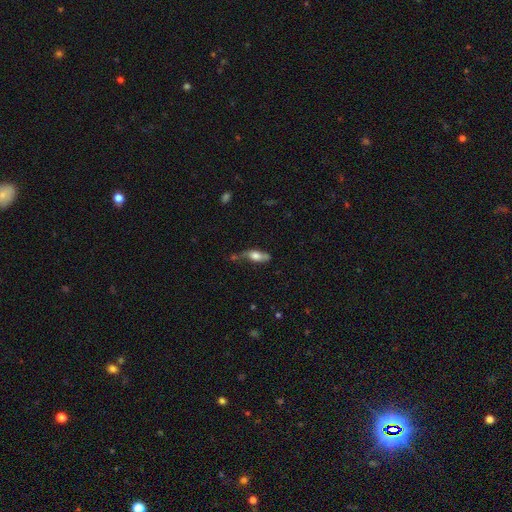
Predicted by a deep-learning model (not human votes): The model was most divided on "merging": none: 40%, minor disturbance: 30%, major disturbance: 18%, merger: 12%. More confident: how rounded — in between (68%); smooth or featured — smooth (54%).